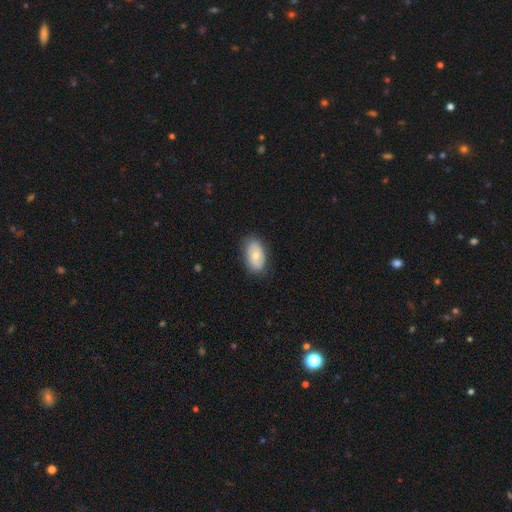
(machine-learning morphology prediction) Overall: smooth (62%; featured or disk 32%). How rounded: in between (91%). Merging: none (81%).